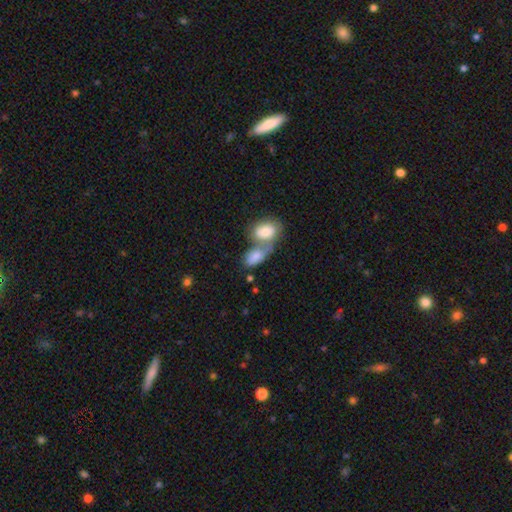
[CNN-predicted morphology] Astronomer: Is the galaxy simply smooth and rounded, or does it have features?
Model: smooth — 76%.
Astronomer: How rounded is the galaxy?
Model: in between — 86%.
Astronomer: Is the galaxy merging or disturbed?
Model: merger — 69%.